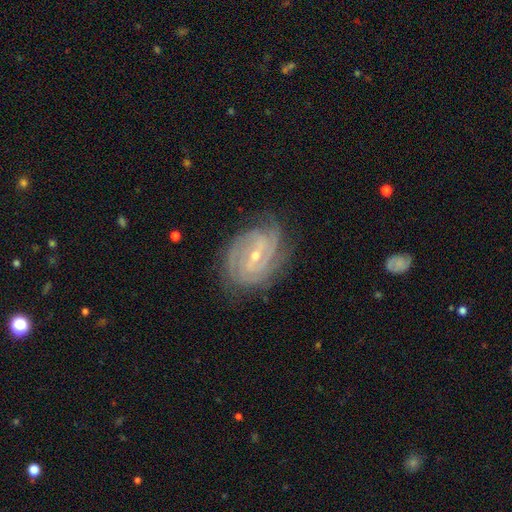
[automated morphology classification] Smooth or featured? featured or disk (89%)
Edge-on disk? no (97%)
Bar? weak (47%)
Spiral arms? yes (98%)
Spiral winding? tight (74%)
Spiral arm count? 3 (29%)
Bulge size? small (64%)
Merging? none (78%)